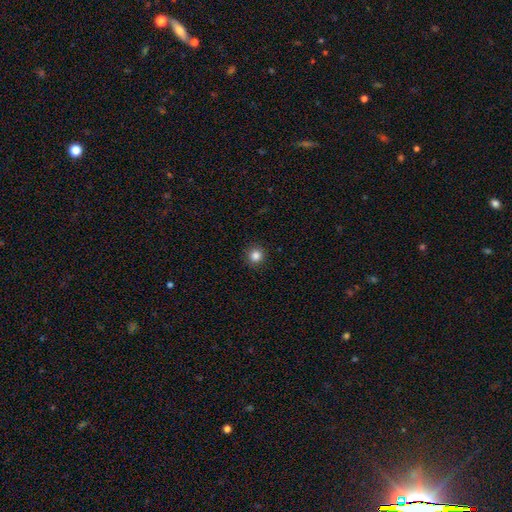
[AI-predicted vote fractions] A smooth galaxy with no disk features (85%) that is round (94%). Merging: none (92%).